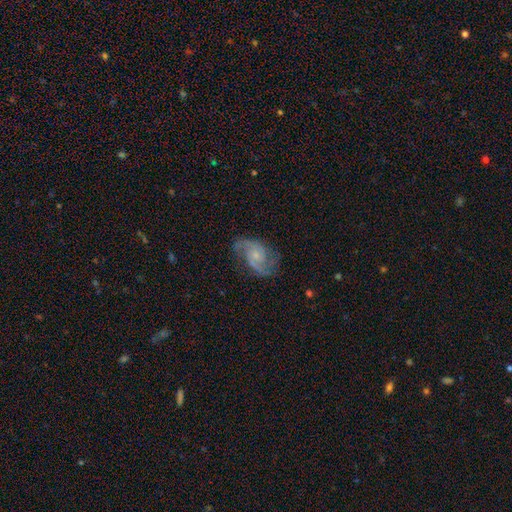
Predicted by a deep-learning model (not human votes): This is clearly a featured or disk galaxy (88%). It is clearly not viewed edge-on (98%). Bar: possibly no (59%). Spiral arm pattern: clearly yes (97%). Spiral arm count: clearly 2 (87%). Spiral winding: possibly medium (56%). Central bulge: likely small (62%). Merging: likely none (72%).